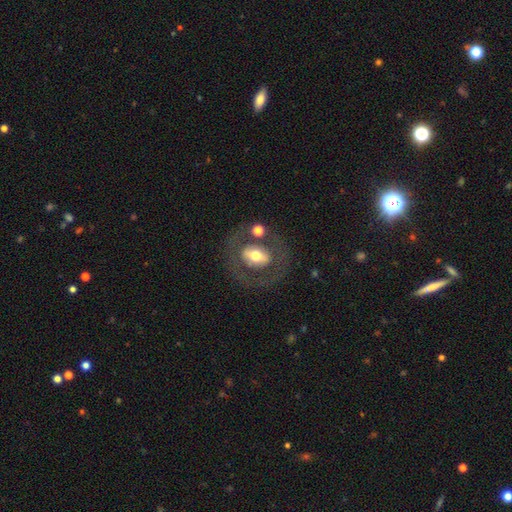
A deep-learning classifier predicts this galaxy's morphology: A featured or disk galaxy (54%) with no bar (51%), no spiral arms (83%) and a moderate central bulge (67%).

Vote fractions:
- Smooth or featured? featured or disk: 54% / smooth: 38% / star or artifact: 7%
- Edge-on disk? no: 93% / yes: 7%
- Bar? no: 51% / strong: 25% / weak: 24%
- Spiral arms? no: 83% / yes: 17%
- Bulge size? moderate: 67% / large: 18% / small: 12% / dominant: 2% / none: 1%
- Merging? none: 69% / minor disturbance: 13% / major disturbance: 12% / merger: 7%